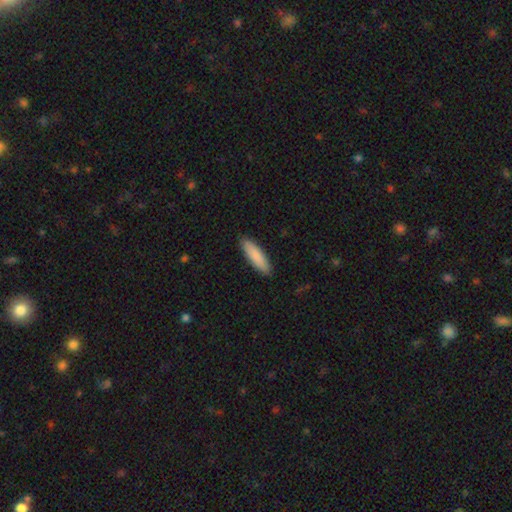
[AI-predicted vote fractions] A smooth galaxy with no disk features (87%) that is cigar-shaped (63%).

Vote fractions:
- Smooth or featured? smooth: 87% / featured or disk: 8% / star or artifact: 5%
- How rounded? cigar-shaped: 63% / in between: 36% / round: 1%
- Merging? none: 90% / minor disturbance: 8% / major disturbance: 2% / merger: 1%